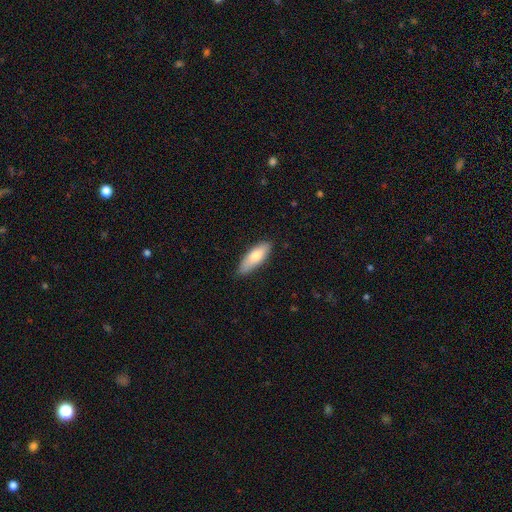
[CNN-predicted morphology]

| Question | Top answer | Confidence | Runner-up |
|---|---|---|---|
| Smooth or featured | smooth | 74% | featured or disk (20%) |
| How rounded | in between | 62% | cigar-shaped (36%) |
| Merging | none | 83% | minor disturbance (14%) |